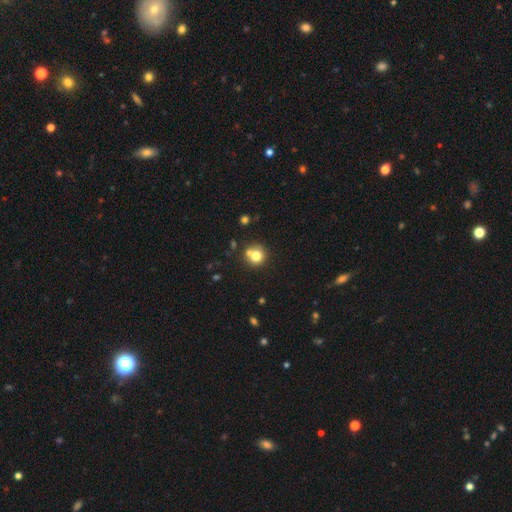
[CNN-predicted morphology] smooth_or_featured: smooth (p=0.75) [alt: featured or disk p=0.13]
how_rounded: round (p=0.88) [alt: in between p=0.11]
merging: none (p=0.58) [alt: merger p=0.29]